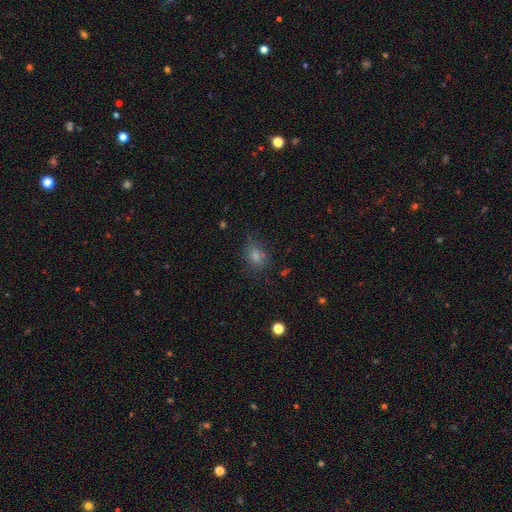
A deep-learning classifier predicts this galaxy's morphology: Smooth or featured?
  - smooth: 68% *
  - star or artifact: 22%
  - featured or disk: 10%
How rounded?
  - in between: 53% *
  - round: 45%
  - cigar-shaped: 2%
Merging?
  - none: 75% *
  - minor disturbance: 17%
  - major disturbance: 6%
  - merger: 2%